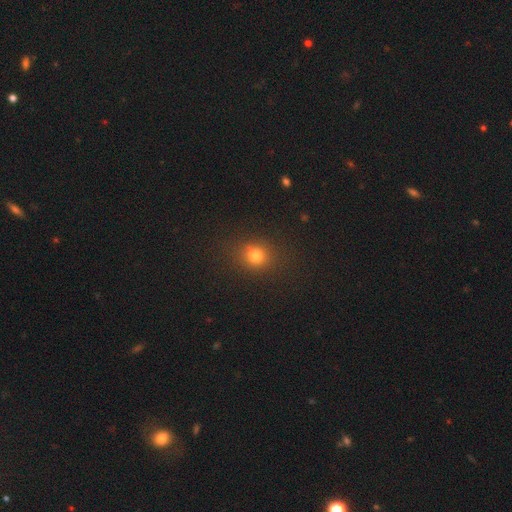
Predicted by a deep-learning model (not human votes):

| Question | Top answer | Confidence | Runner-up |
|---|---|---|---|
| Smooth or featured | smooth | 76% | star or artifact (17%) |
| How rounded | round | 79% | in between (20%) |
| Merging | none | 84% | minor disturbance (10%) |